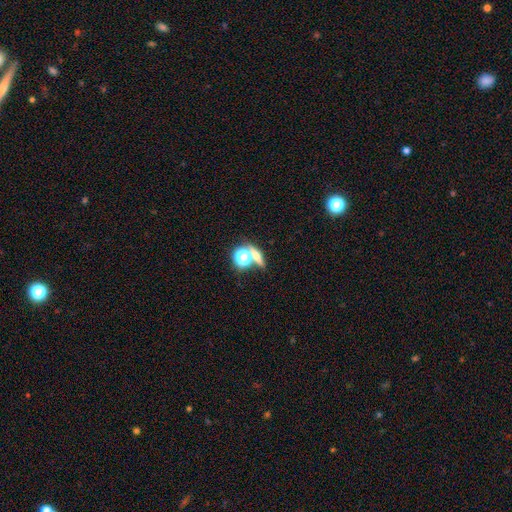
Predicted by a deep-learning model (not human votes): A smooth galaxy with no disk features (50%) that is round (43%). Merging: none (63%).